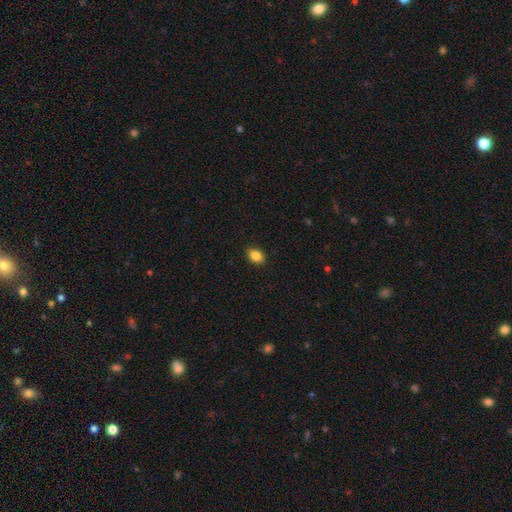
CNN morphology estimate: This is clearly a smooth galaxy (86%). How rounded: clearly in between (82%). Merging: clearly none (90%).